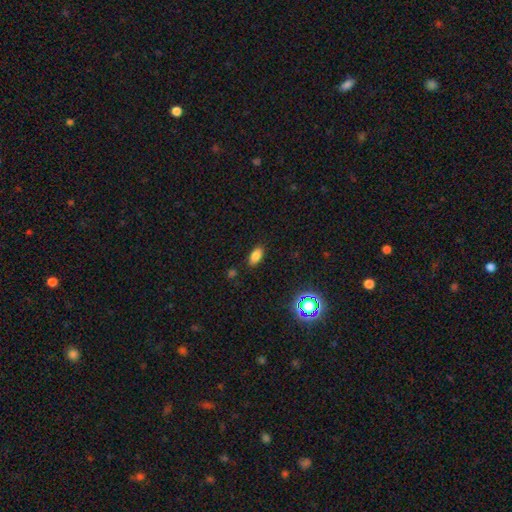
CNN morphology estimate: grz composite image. It shows a smooth galaxy with no disk features (81%) that is in between round and cigar-shaped (90%). Merging: none (85%).